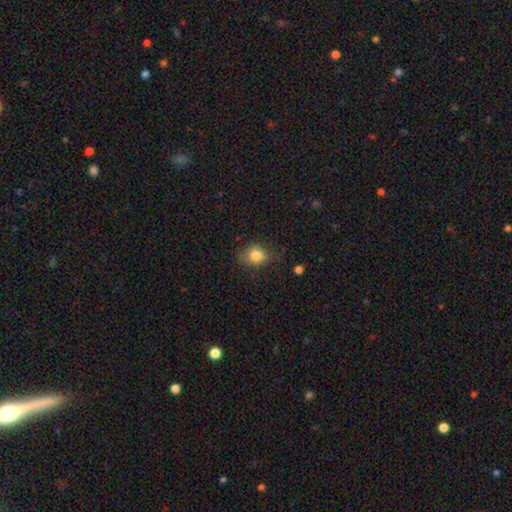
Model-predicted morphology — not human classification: Smooth or featured? smooth (82%)
How rounded? round (58%)
Merging? none (67%)